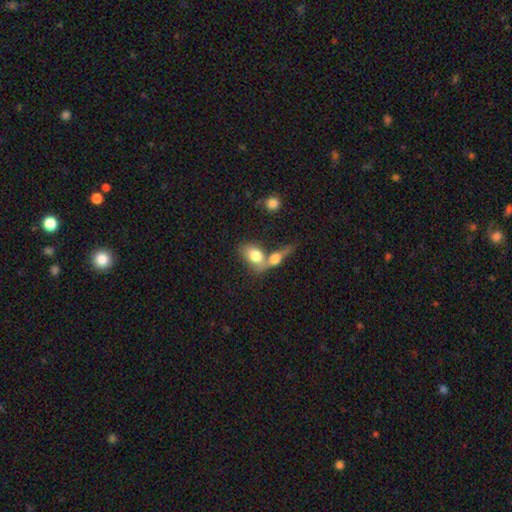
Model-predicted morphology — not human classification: Smooth or featured? smooth (74%)
How rounded? in between (81%)
Merging? merger (62%)